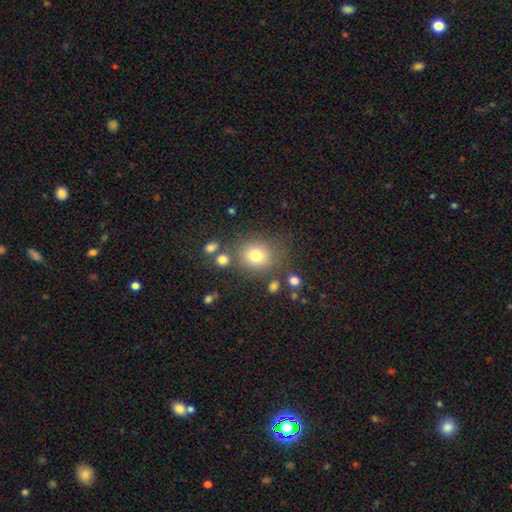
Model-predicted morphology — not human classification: Smooth or featured?
  - smooth: 76% *
  - star or artifact: 13%
  - featured or disk: 11%
How rounded?
  - round: 79% *
  - in between: 20%
  - cigar-shaped: 1%
Merging?
  - none: 73% *
  - minor disturbance: 13%
  - merger: 8%
  - major disturbance: 6%